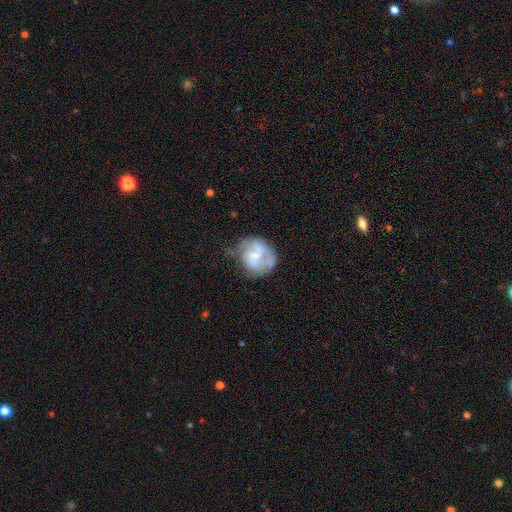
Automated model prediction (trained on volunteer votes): Smooth or featured?
  - featured or disk: 55% *
  - smooth: 38%
  - star or artifact: 7%
Edge-on disk?
  - no: 98% *
  - yes: 2%
Bar?
  - no: 68% *
  - weak: 27%
  - strong: 5%
Spiral arms?
  - yes: 60% *
  - no: 40%
Bulge size?
  - small: 59% *
  - moderate: 27%
  - none: 10%
  - large: 3%
  - dominant: 1%
Merging?
  - none: 41% *
  - minor disturbance: 29%
  - major disturbance: 22%
  - merger: 8%